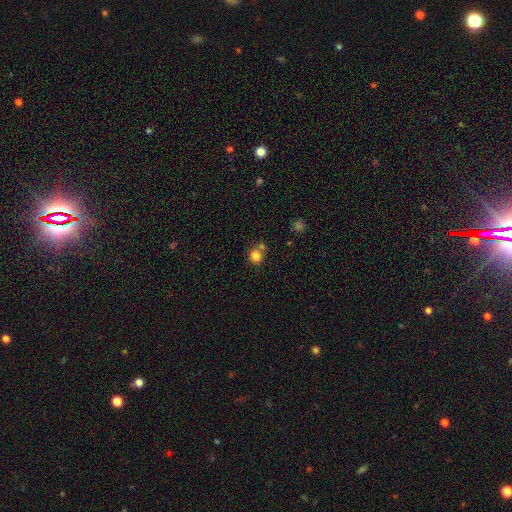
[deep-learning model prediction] smooth 82%, star or artifact 12%, featured or disk 6%. Down the decision tree: how rounded — round (88%); merging — none (61%).